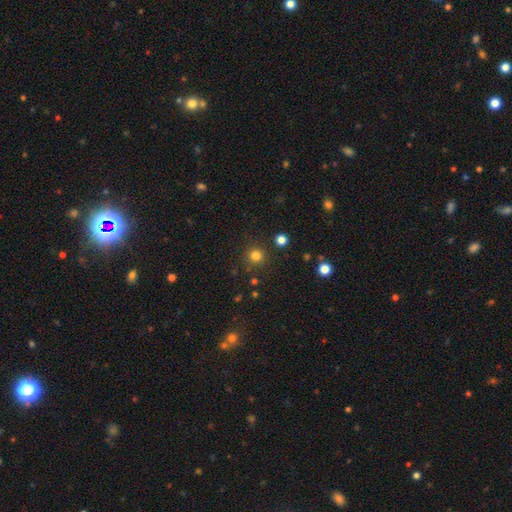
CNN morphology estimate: smooth-or-featured: smooth: 79% | star or artifact: 16% | featured or disk: 5%
  how-rounded: round: 93% | in between: 6% | cigar-shaped: 1%
  merging: none: 86% | minor disturbance: 7% | merger: 4% | major disturbance: 3%